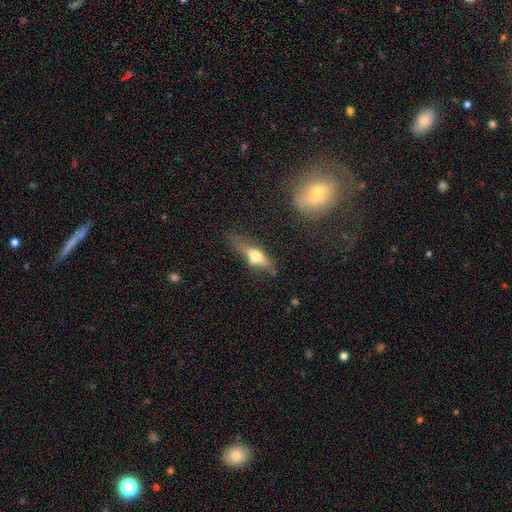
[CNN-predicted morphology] smooth 47%, featured or disk 44%, star or artifact 9%. Down the decision tree: merging — none (52%).